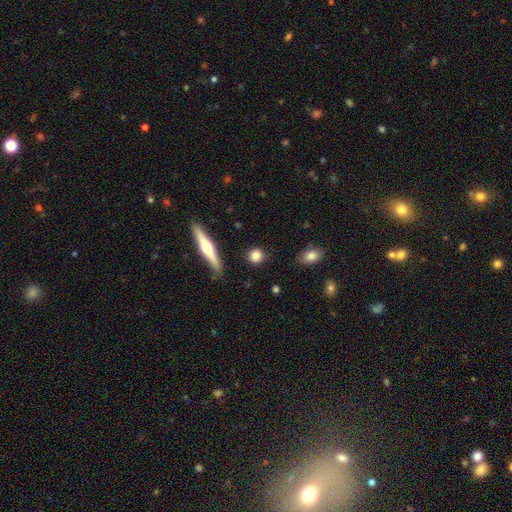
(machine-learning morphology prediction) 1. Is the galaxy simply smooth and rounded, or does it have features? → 82% smooth, 11% featured or disk, 8% star or artifact.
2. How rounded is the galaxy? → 83% round, 12% in between, 5% cigar-shaped.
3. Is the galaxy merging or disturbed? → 89% none, 7% minor disturbance, 2% major disturbance, 2% merger.